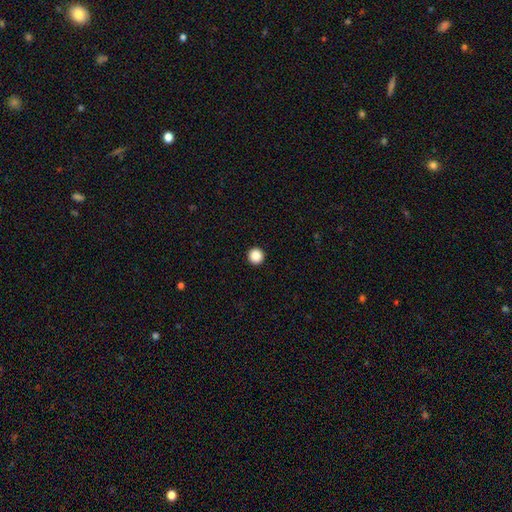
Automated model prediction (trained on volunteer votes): This appears to be a smooth galaxy with no disk features (88%) that is round (97%). Merging: none (94%).